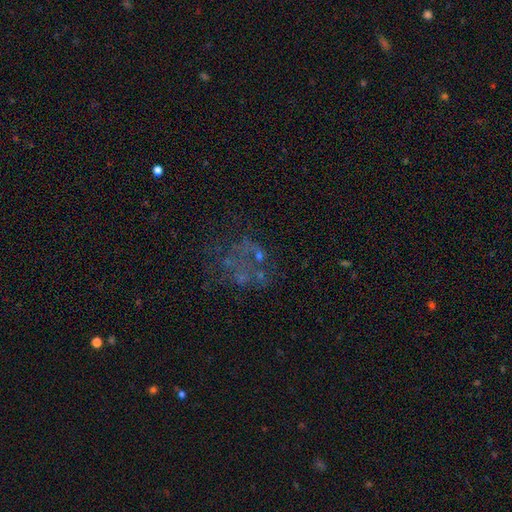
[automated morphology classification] smooth_or_featured: featured or disk (p=0.48) [alt: star or artifact p=0.28]
merging: none (p=0.48) [alt: major disturbance p=0.27]